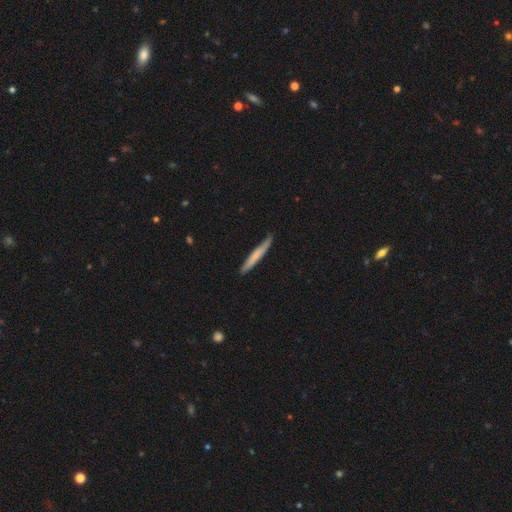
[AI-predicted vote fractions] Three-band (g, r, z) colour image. It shows a smooth galaxy with no disk features (65%) that is cigar-shaped (96%). Merging: none (84%).